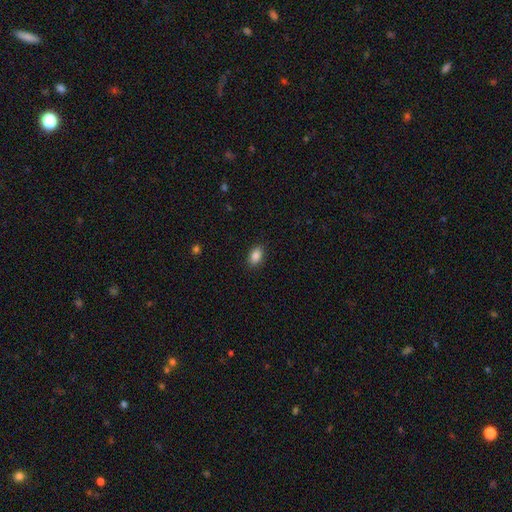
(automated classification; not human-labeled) This appears to be a smooth galaxy with no disk features (88%) that is in between round and cigar-shaped (87%). Merging: none (89%).